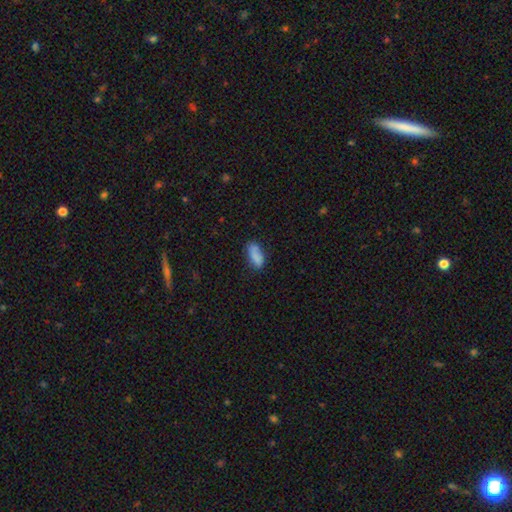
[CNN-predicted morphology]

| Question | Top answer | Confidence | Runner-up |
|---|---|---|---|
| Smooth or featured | smooth | 84% | featured or disk (8%) |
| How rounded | in between | 84% | cigar-shaped (14%) |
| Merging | none | 66% | minor disturbance (25%) |